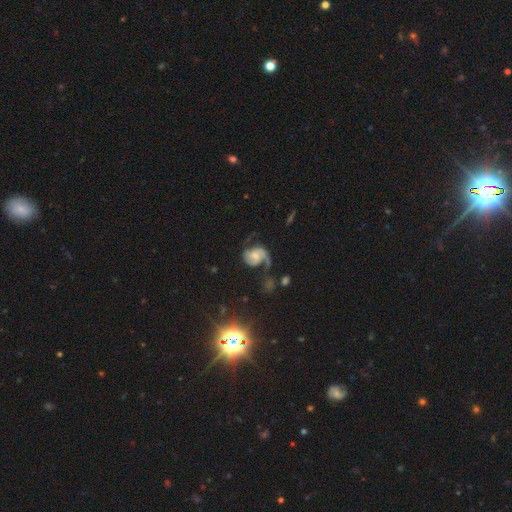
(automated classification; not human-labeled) A featured or disk galaxy (76%) with no bar (60%), 2 (65%) medium (43%) spiral arms (92%) and a moderate central bulge (44%).

Vote fractions:
- Smooth or featured? featured or disk: 76% / smooth: 16% / star or artifact: 8%
- Edge-on disk? no: 98% / yes: 2%
- Bar? no: 60% / weak: 31% / strong: 8%
- Spiral arms? yes: 92% / no: 8%
- Spiral winding? medium: 43% / loose: 32% / tight: 25%
- Spiral arm count? 2: 65% / 1: 23% / can't tell: 7% / 3: 3% / 4: 1% / more than 4: 1%
- Bulge size? moderate: 44% / small: 43% / none: 6% / large: 5% / dominant: 2%
- Merging? none: 41% / major disturbance: 30% / minor disturbance: 23% / merger: 6%